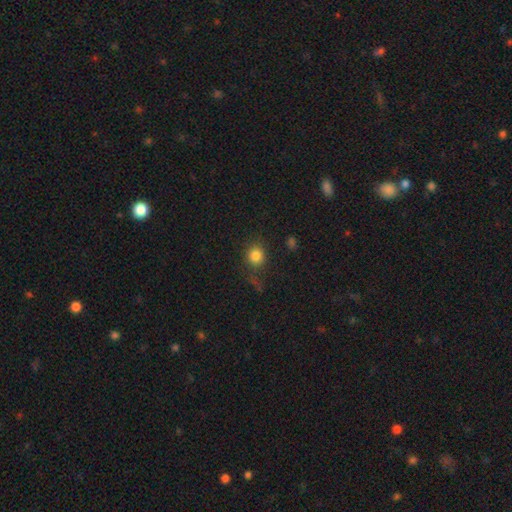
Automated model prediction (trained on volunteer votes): smooth 82%, star or artifact 12%, featured or disk 6%. Down the decision tree: how rounded — round (84%); merging — none (75%).